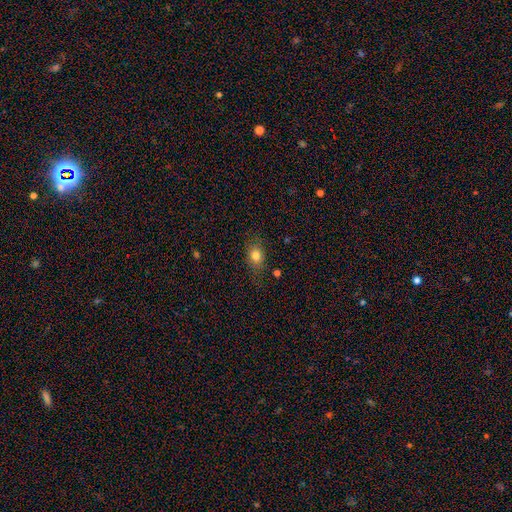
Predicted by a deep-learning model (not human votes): The model was most divided on "how rounded": in between: 61%, round: 36%, cigar-shaped: 2%. More confident: smooth or featured — smooth (79%); merging — none (76%).